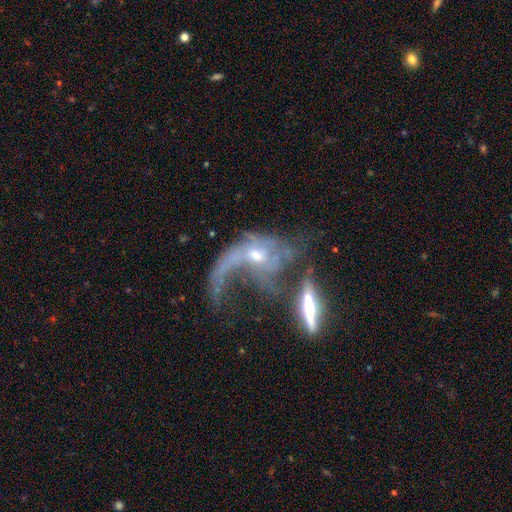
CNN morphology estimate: type=featured or disk (72%); edge-on=no (88%); bar=no (68%); spiral arms=yes (66%); bulge=small (47%); merging=merger (40%).